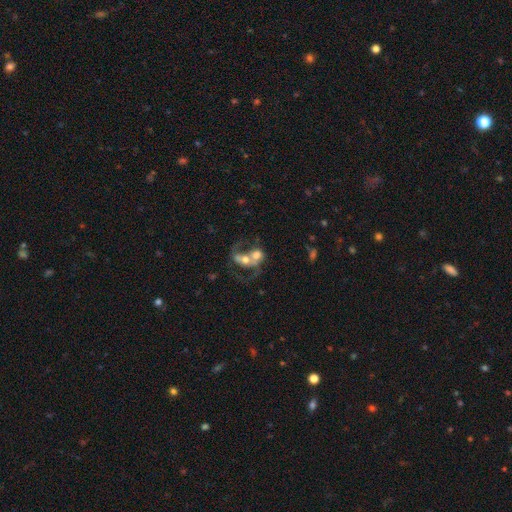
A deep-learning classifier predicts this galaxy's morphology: A featured or disk galaxy (56%) with no bar (69%), spiral arms (62%) and a moderate central bulge (47%). Merging: merger (72%).